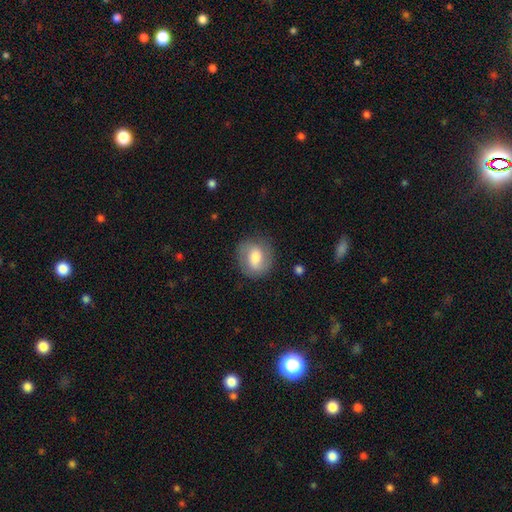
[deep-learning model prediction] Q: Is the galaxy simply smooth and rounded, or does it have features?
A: smooth — 50%.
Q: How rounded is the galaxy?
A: round — 61%.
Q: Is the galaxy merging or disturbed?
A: none — 80%.